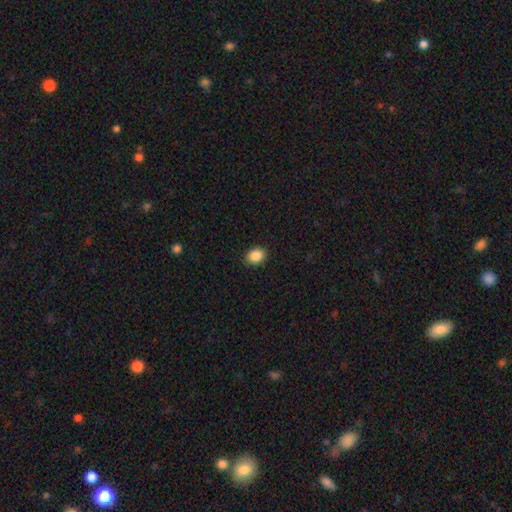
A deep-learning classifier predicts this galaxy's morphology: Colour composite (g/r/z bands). It shows a smooth galaxy with no disk features (88%) that is in between round and cigar-shaped (59%). Merging: none (90%).